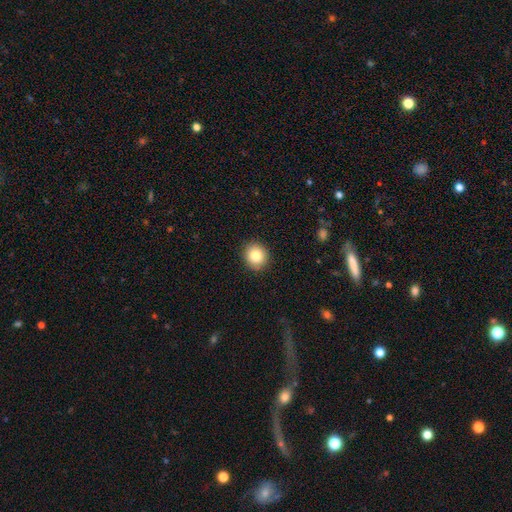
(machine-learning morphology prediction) This appears to be a smooth galaxy with no disk features (82%) that is round (85%). Merging: none (91%).